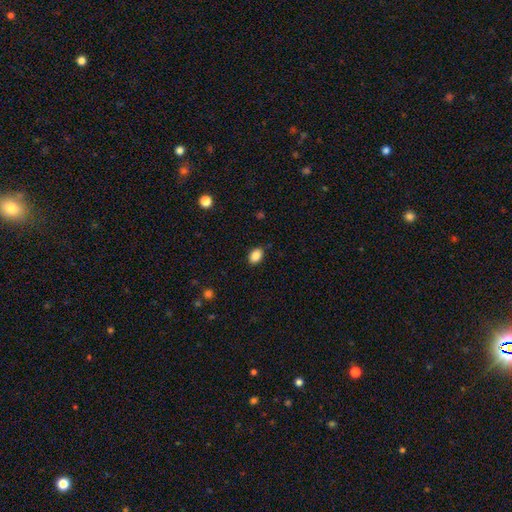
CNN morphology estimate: smooth-or-featured: smooth: 88% | star or artifact: 9% | featured or disk: 3%
  how-rounded: in between: 81% | round: 18% | cigar-shaped: 1%
  merging: none: 85% | minor disturbance: 11% | major disturbance: 2% | merger: 1%